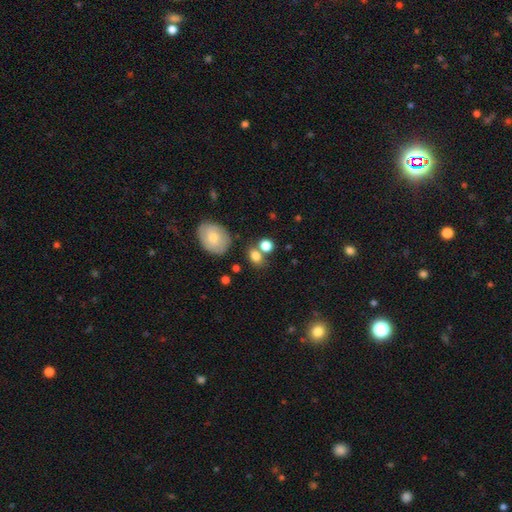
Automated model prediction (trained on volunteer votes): The model was most divided on "how rounded": in between: 52%, round: 46%, cigar-shaped: 2%. More confident: smooth or featured — smooth (80%); merging — none (57%).